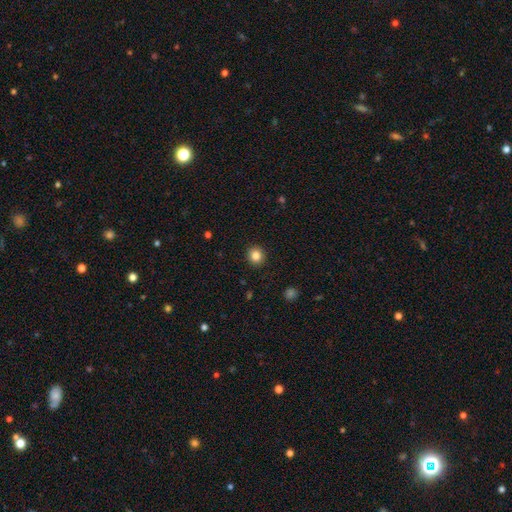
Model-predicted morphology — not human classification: Smooth or featured? smooth (85%)
How rounded? round (91%)
Merging? none (92%)